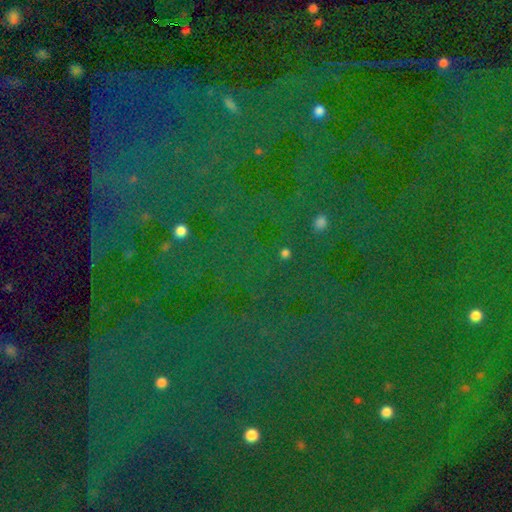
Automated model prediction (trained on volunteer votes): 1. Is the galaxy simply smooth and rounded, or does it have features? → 84% star or artifact, 9% smooth, 7% featured or disk.